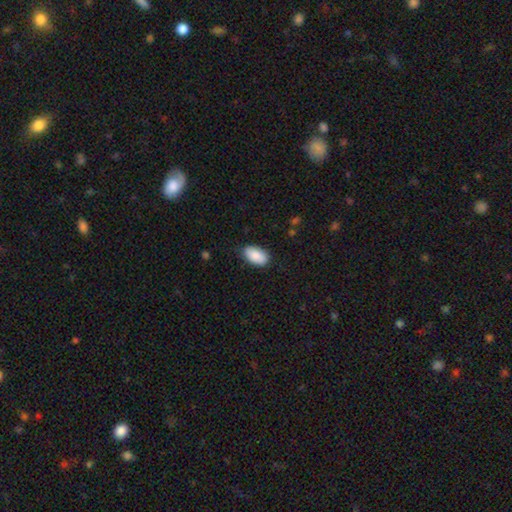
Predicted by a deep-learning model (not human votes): Smooth or featured?
  - smooth: 88% *
  - star or artifact: 6%
  - featured or disk: 6%
How rounded?
  - in between: 95% *
  - round: 4%
  - cigar-shaped: 2%
Merging?
  - none: 82% *
  - minor disturbance: 14%
  - major disturbance: 3%
  - merger: 1%